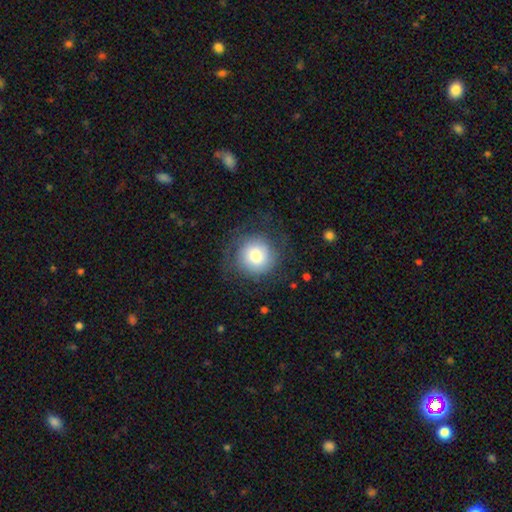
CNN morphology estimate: The model was most divided on "smooth or featured": smooth: 60%, featured or disk: 31%, star or artifact: 9%. More confident: how rounded — round (93%); merging — none (72%).